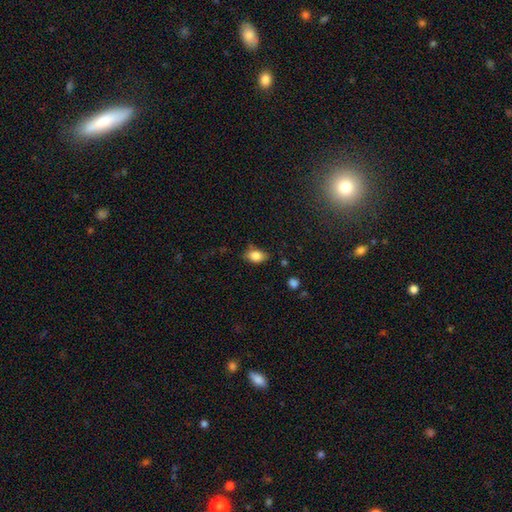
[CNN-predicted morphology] type=smooth (83%); roundness=in between (82%); merging=none (72%).